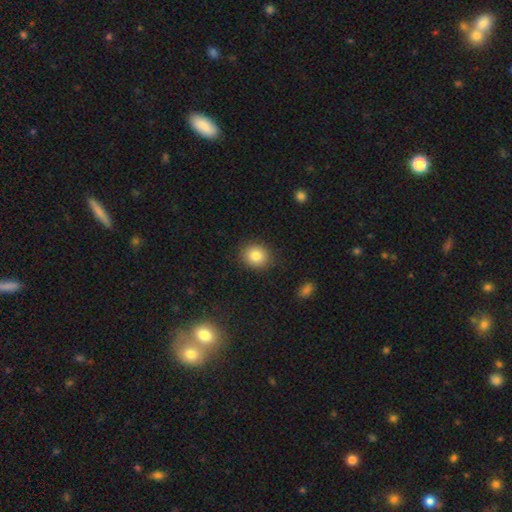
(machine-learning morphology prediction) Smooth or featured? Predicted: smooth (p=0.84). How rounded? Predicted: round (p=0.71). Merging? Predicted: none (p=0.87).